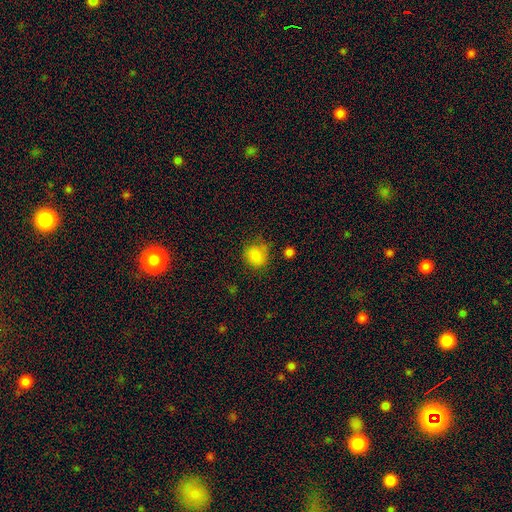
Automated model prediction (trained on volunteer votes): Q: Smooth or featured?
A: smooth (84%); runner-up: star or artifact (11%)
Q: How rounded?
A: round (77%); runner-up: in between (22%)
Q: Merging?
A: none (68%); runner-up: minor disturbance (21%)